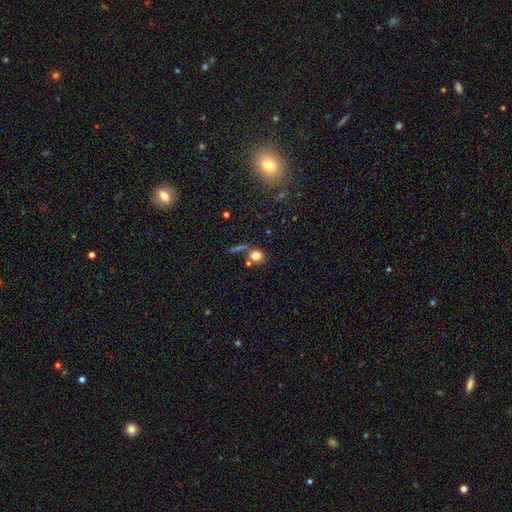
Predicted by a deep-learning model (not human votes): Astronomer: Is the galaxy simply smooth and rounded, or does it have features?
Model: smooth — 76%.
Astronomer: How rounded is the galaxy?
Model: round — 83%.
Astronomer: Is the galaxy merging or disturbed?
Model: none — 67%.